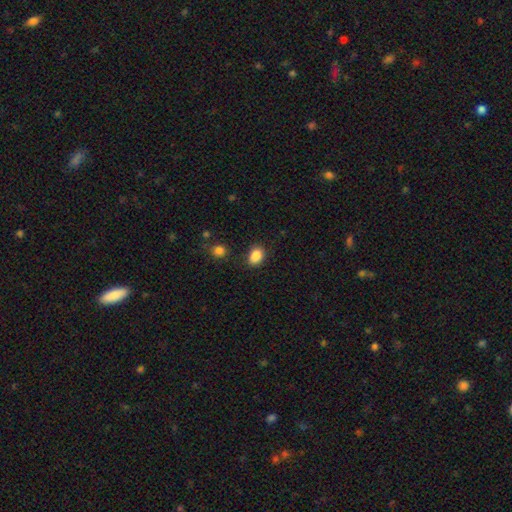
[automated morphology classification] Smooth or featured? Predicted: smooth (p=0.87). How rounded? Predicted: in between (p=0.70). Merging? Predicted: none (p=0.79).